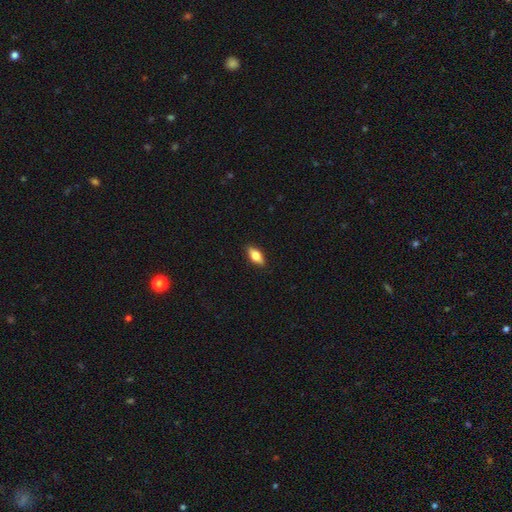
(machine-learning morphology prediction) This appears to be a smooth galaxy with no disk features (72%) that is in between round and cigar-shaped (81%). Merging: none (88%).